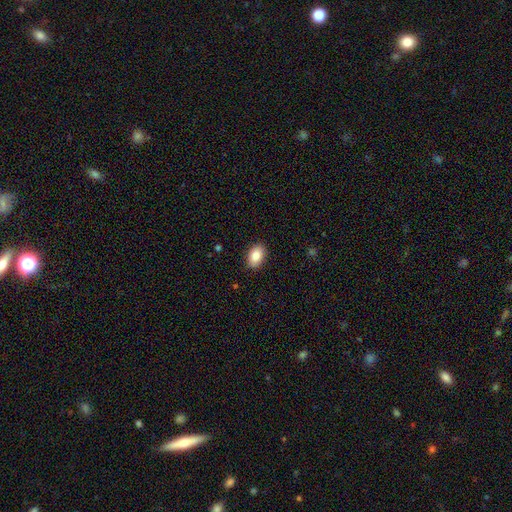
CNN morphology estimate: type=smooth (85%); roundness=in between (87%); merging=none (89%).